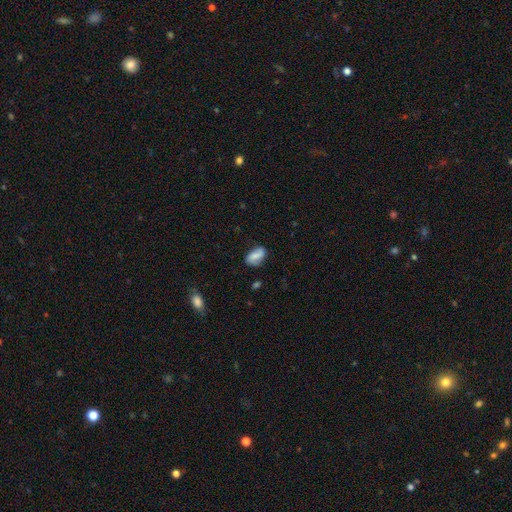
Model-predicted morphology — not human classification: type=smooth (52%); roundness=in between (88%); merging=none (68%).